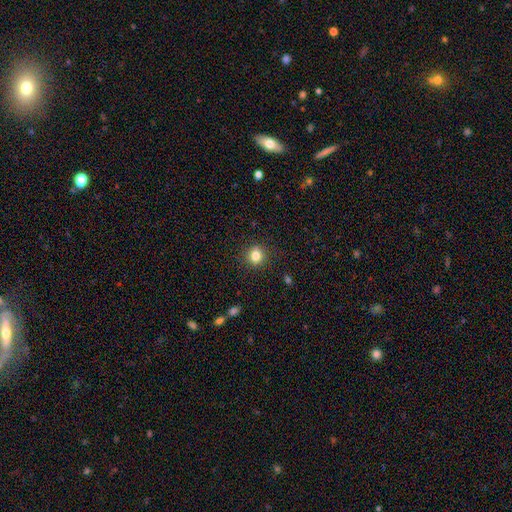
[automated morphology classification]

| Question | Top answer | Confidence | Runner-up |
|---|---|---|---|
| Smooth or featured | smooth | 83% | star or artifact (11%) |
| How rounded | round | 78% | in between (21%) |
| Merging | none | 89% | minor disturbance (8%) |